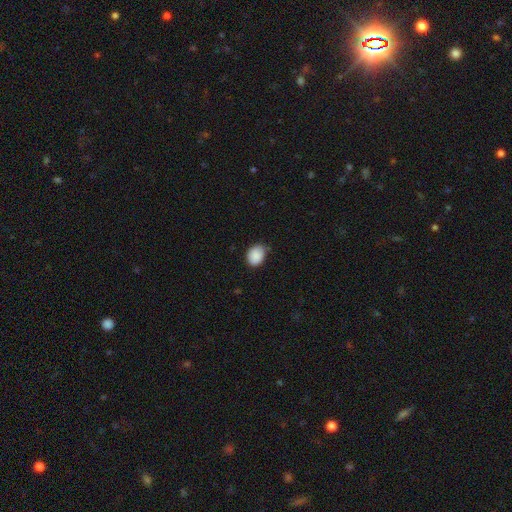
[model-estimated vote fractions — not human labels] smooth-or-featured: smooth: 88% | star or artifact: 8% | featured or disk: 4%
  how-rounded: in between: 53% | round: 46% | cigar-shaped: 1%
  merging: none: 71% | minor disturbance: 24% | major disturbance: 4% | merger: 1%